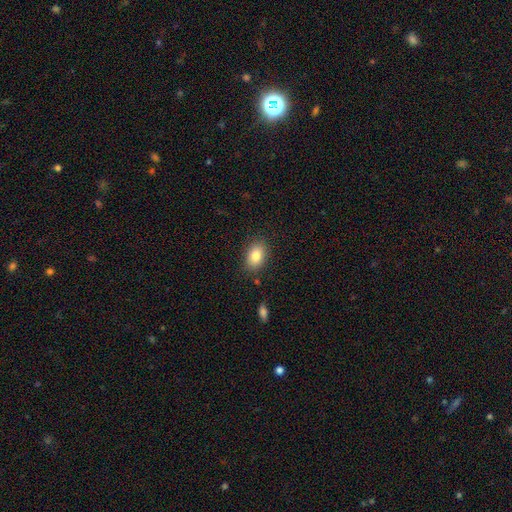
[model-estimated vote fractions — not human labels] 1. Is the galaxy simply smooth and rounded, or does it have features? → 83% smooth, 9% featured or disk, 8% star or artifact.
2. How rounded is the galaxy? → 81% in between, 17% round, 1% cigar-shaped.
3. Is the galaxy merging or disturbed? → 84% none, 11% minor disturbance, 3% major disturbance, 2% merger.